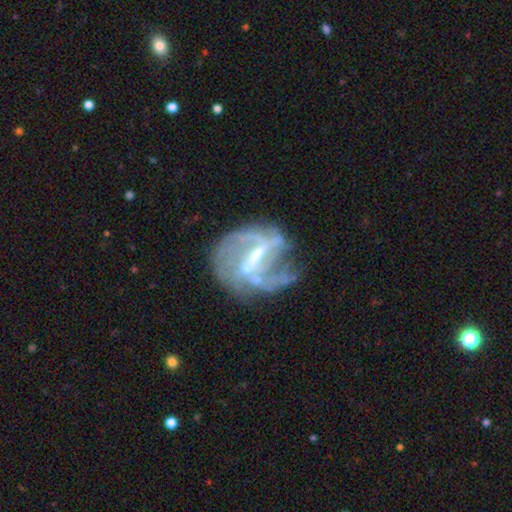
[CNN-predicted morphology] The model was most divided on "bulge size": small: 41%, moderate: 39%, none: 15%, large: 4%, dominant: 1%. Remaining: edge-on disk — no (97%); spiral arms — yes (84%); smooth or featured — featured or disk (83%); bar — strong (53%); merging — none (49%); spiral winding — medium (41%); spiral arm count — 2 (40%).